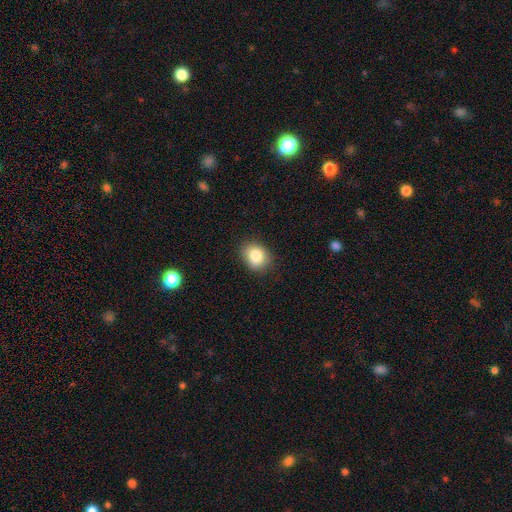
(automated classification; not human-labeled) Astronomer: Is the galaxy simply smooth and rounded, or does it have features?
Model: smooth — 85%.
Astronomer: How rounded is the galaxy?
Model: round — 54% (runner-up: in between, 45%).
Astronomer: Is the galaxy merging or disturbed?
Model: none — 85%.